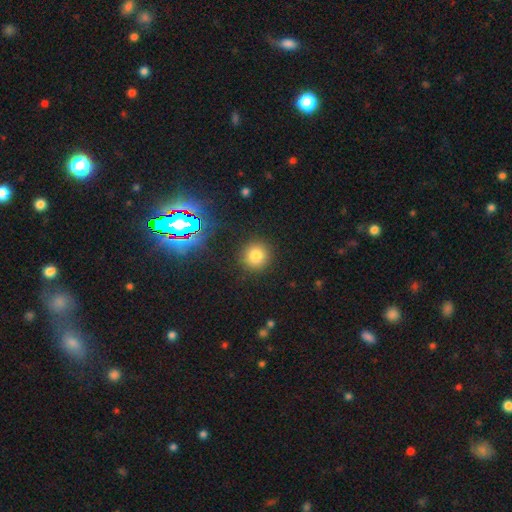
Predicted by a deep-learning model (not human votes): smooth-or-featured: smooth: 77% | star or artifact: 16% | featured or disk: 7%
  how-rounded: round: 93% | in between: 6% | cigar-shaped: 1%
  merging: none: 90% | minor disturbance: 6% | major disturbance: 2% | merger: 2%